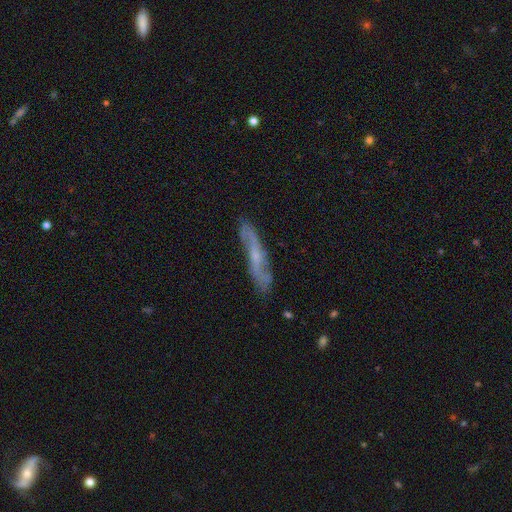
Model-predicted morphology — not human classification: Smooth or featured: featured or disk — 70% (smooth — 23%)
Edge-on disk: no — 55% (yes — 45%)
Merging: none — 78% (minor disturbance — 16%)